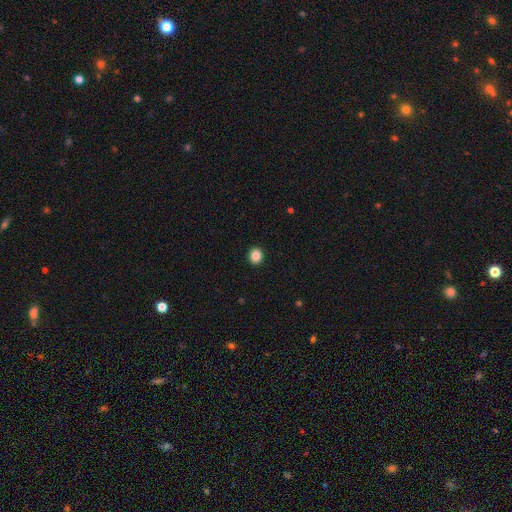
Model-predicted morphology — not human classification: Overall: smooth (86%). How rounded: round (73%). Merging: none (93%).